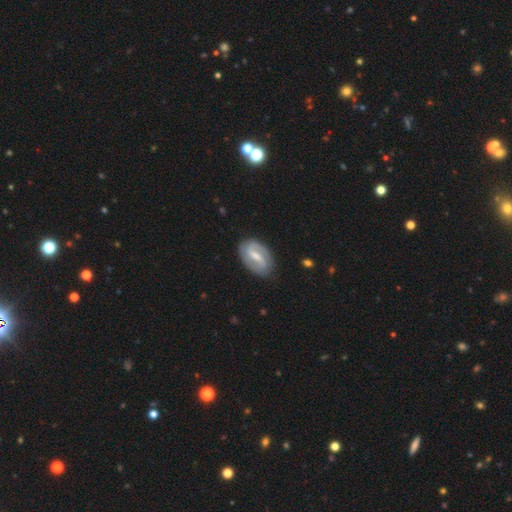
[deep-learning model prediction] featured or disk 78%, smooth 18%, star or artifact 5%. Down the decision tree: edge-on disk — no (97%); bar — weak (46%); spiral arms — yes (91%); spiral arm count — 2 (86%); spiral winding — medium (43%); bulge size — moderate (44%); merging — none (83%).